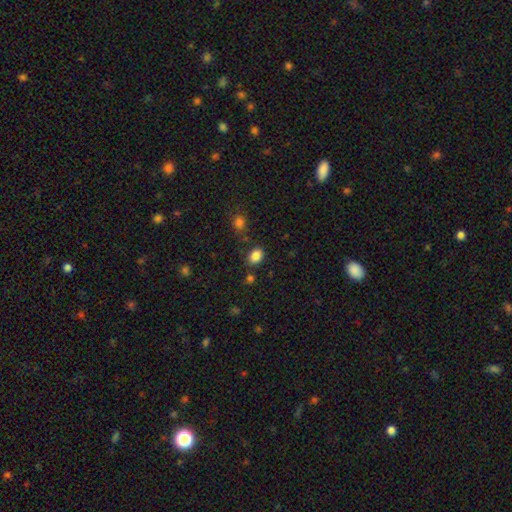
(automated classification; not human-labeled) The model was most divided on "how rounded": in between: 68%, round: 31%, cigar-shaped: 1%. More confident: smooth or featured — smooth (85%); merging — none (77%).